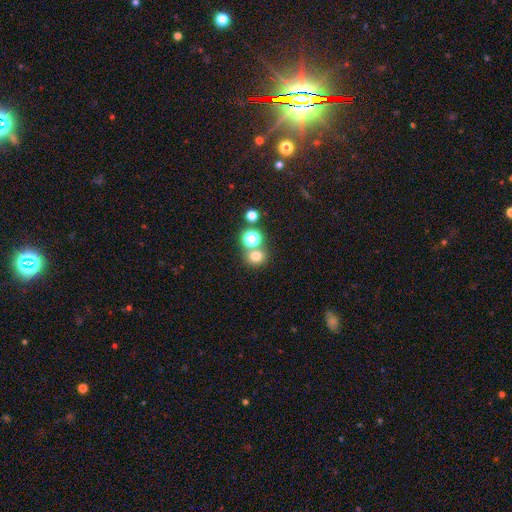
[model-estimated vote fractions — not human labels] smooth_or_featured: smooth (p=0.73) [alt: star or artifact p=0.19]
how_rounded: round (p=0.82) [alt: in between p=0.17]
merging: none (p=0.62) [alt: merger p=0.27]